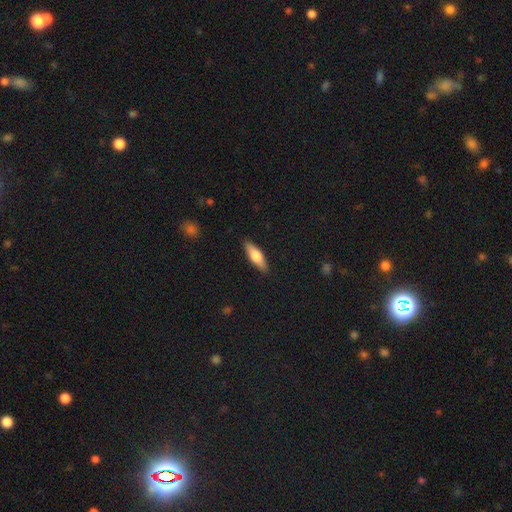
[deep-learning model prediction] smooth_or_featured: smooth (p=0.66) [alt: featured or disk p=0.29]
how_rounded: in between (p=0.50) [alt: cigar-shaped p=0.48]
merging: none (p=0.89) [alt: minor disturbance p=0.08]